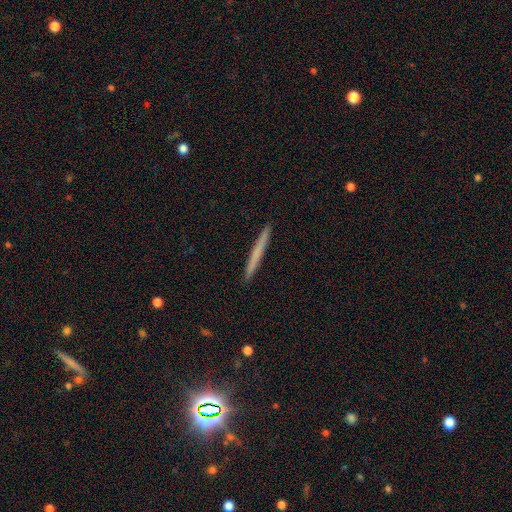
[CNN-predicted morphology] smooth 63%, featured or disk 32%, star or artifact 5%. Down the decision tree: how rounded — cigar-shaped (97%); merging — none (93%).